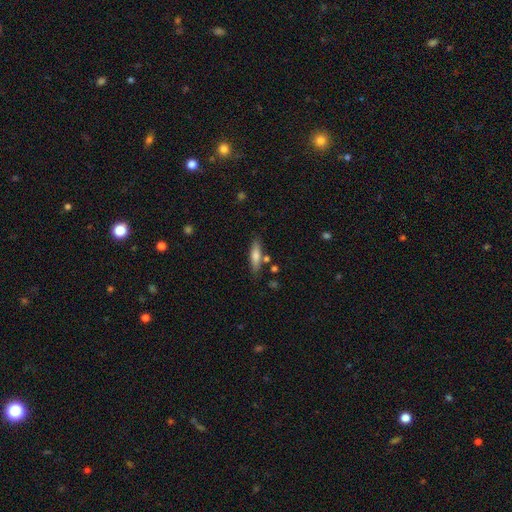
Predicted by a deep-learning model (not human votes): smooth-or-featured: smooth: 69% | featured or disk: 25% | star or artifact: 7%
  how-rounded: cigar-shaped: 66% | in between: 32% | round: 2%
  merging: none: 77% | minor disturbance: 13% | merger: 7% | major disturbance: 3%